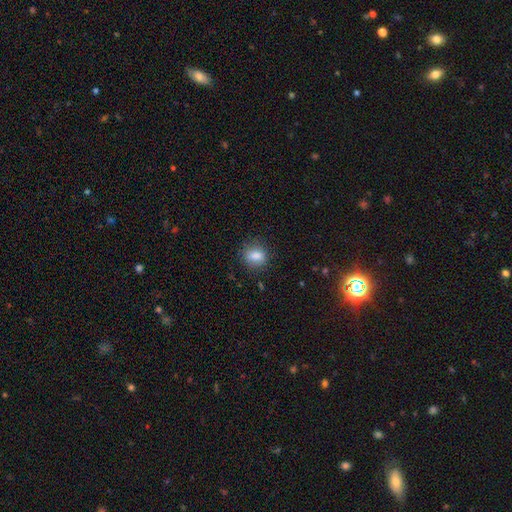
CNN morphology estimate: Q: Smooth or featured?
A: smooth (83%); runner-up: star or artifact (9%)
Q: How rounded?
A: round (50%); runner-up: in between (48%)
Q: Merging?
A: none (80%); runner-up: minor disturbance (14%)